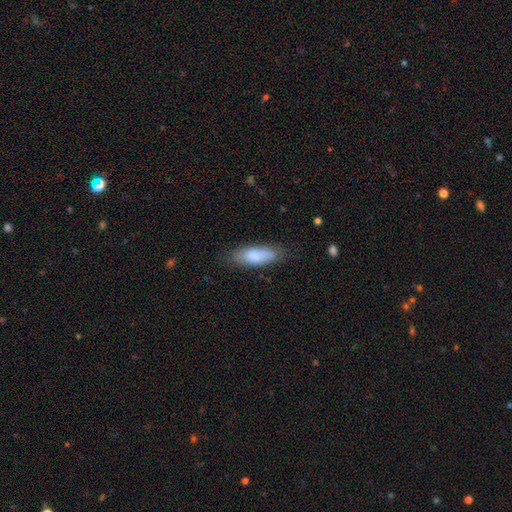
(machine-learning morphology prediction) Overall: smooth (81%). How rounded: in between (66%; cigar-shaped 32%). Merging: none (74%).